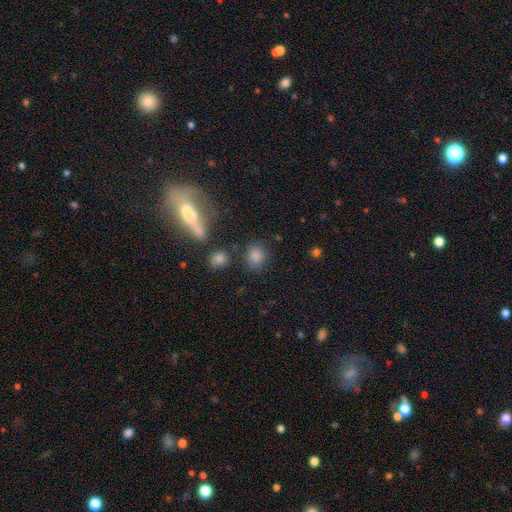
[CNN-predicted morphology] This is clearly a smooth galaxy (81%). How rounded: likely round (69%). Merging: likely none (76%).